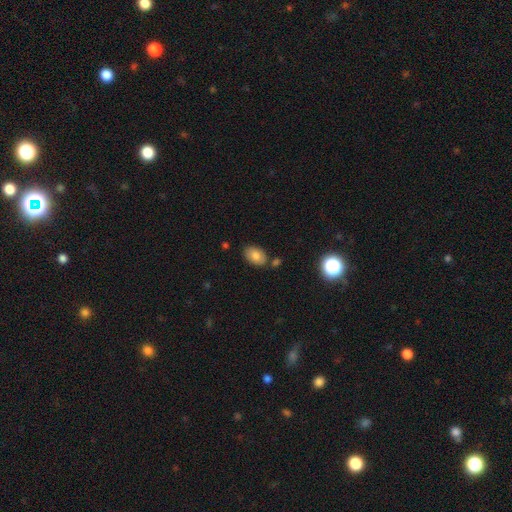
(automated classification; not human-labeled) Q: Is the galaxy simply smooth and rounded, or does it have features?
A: smooth — 79%.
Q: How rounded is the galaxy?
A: in between — 88%.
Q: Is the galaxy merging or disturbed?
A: none — 79%.